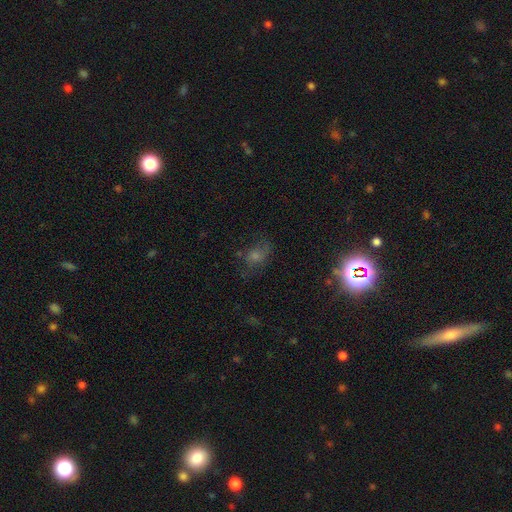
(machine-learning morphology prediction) A star or artifact, not a galaxy (42%).

Vote fractions:
- Smooth or featured? star or artifact: 42% / smooth: 35% / featured or disk: 23%